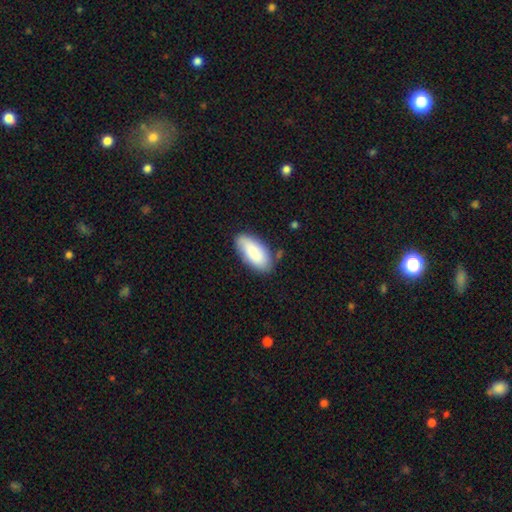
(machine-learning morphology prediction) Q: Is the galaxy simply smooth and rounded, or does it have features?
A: smooth — 80%.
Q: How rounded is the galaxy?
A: in between — 91%.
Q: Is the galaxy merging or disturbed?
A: none — 79%.